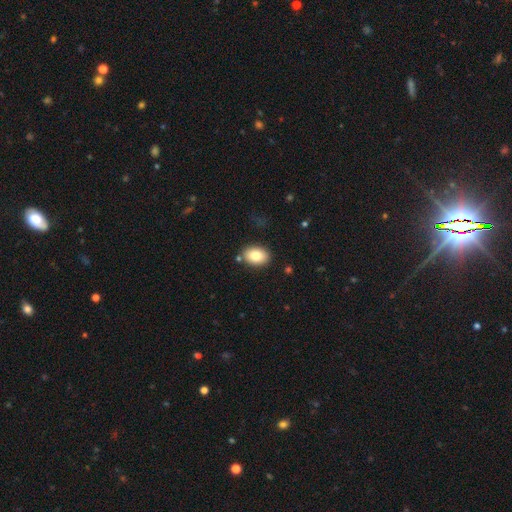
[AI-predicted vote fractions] smooth 82%, featured or disk 10%, star or artifact 8%. Down the decision tree: how rounded — in between (80%); merging — none (83%).